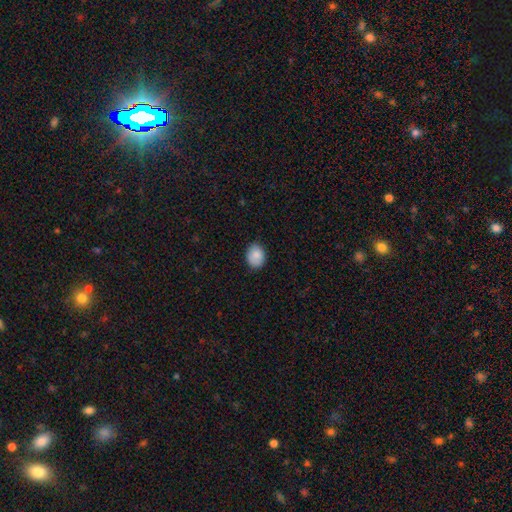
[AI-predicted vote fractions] Morphology: type=smooth (86%); roundness=in between (56%); merging=none (83%).